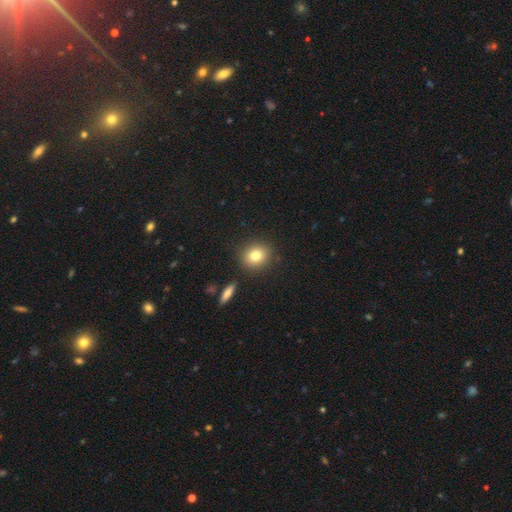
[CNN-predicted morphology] Q: Smooth or featured?
A: smooth (79%); runner-up: star or artifact (11%)
Q: How rounded?
A: round (76%); runner-up: in between (23%)
Q: Merging?
A: none (87%); runner-up: minor disturbance (7%)